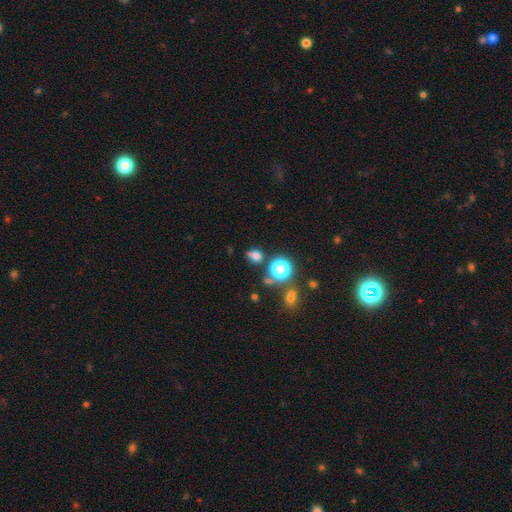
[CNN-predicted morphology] A smooth galaxy with no disk features (66%) that is round (60%).

Vote fractions:
- Smooth or featured? smooth: 66% / star or artifact: 26% / featured or disk: 8%
- How rounded? round: 60% / in between: 38% / cigar-shaped: 2%
- Merging? none: 67% / minor disturbance: 16% / merger: 10% / major disturbance: 7%